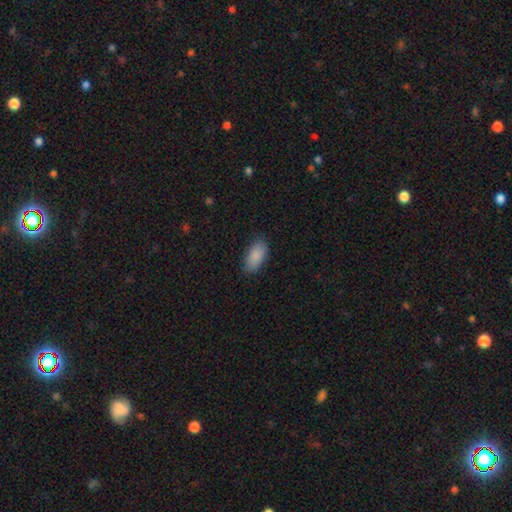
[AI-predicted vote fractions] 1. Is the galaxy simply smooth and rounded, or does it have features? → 89% smooth, 7% star or artifact, 5% featured or disk.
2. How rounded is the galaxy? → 93% in between, 4% cigar-shaped, 3% round.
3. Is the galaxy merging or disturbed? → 85% none, 11% minor disturbance, 3% major disturbance, 1% merger.